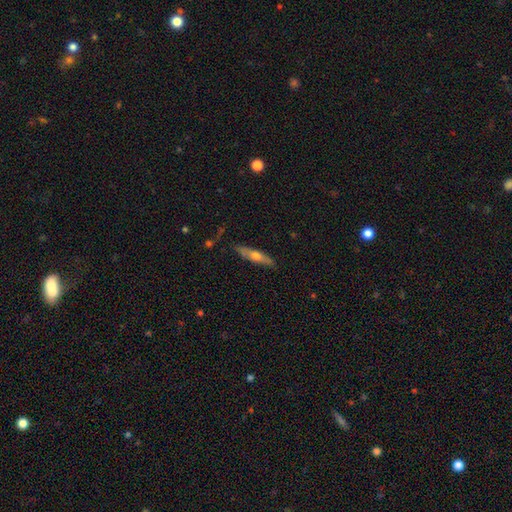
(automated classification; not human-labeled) This is possibly a featured or disk galaxy (50%). Merging: clearly none (81%).